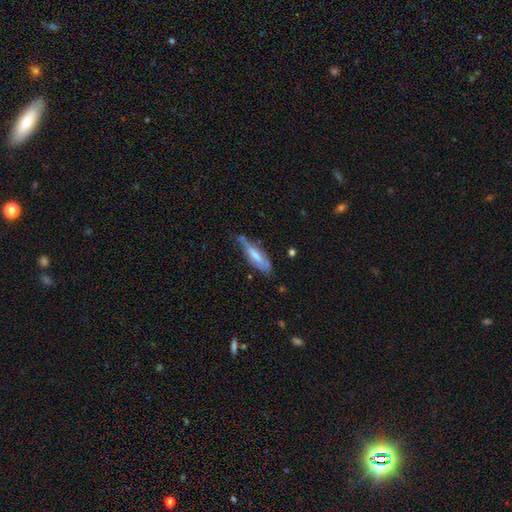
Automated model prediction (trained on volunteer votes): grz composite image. It shows a smooth galaxy with no disk features (56%) that is cigar-shaped (56%). Merging: none (48%).